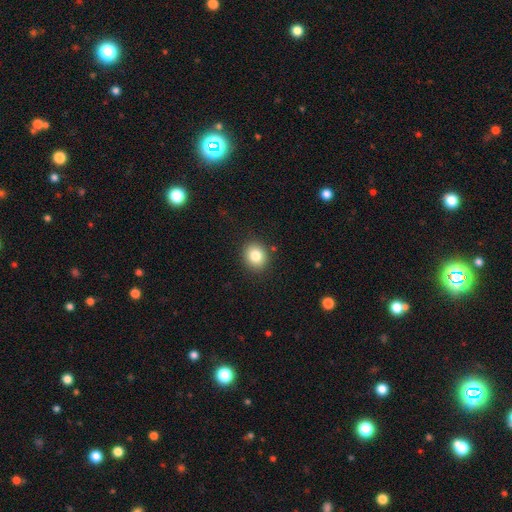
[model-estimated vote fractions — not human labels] Smooth or featured? smooth (83%)
How rounded? round (69%)
Merging? none (88%)